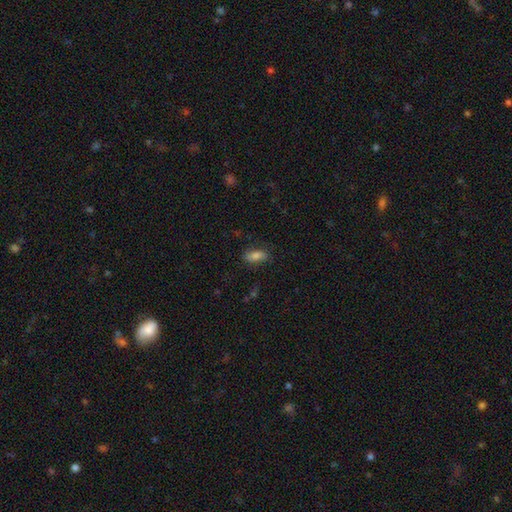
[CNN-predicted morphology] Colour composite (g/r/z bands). It shows a smooth galaxy with no disk features (78%) that is in between round and cigar-shaped (83%). Merging: none (78%).